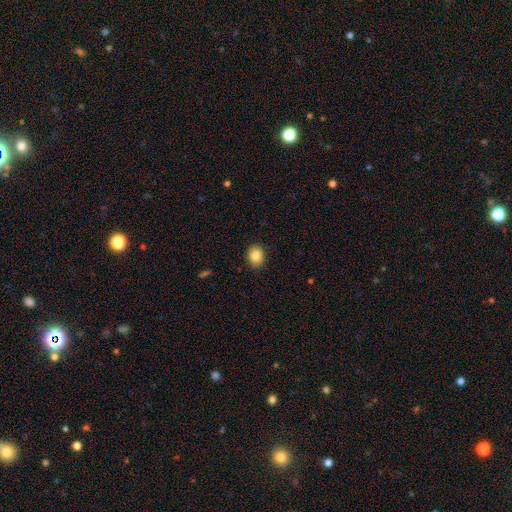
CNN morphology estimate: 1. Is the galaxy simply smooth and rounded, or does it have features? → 85% smooth, 9% star or artifact, 6% featured or disk.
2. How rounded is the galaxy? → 51% in between, 48% round, 1% cigar-shaped.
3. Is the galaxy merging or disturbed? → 89% none, 8% minor disturbance, 2% major disturbance, 1% merger.